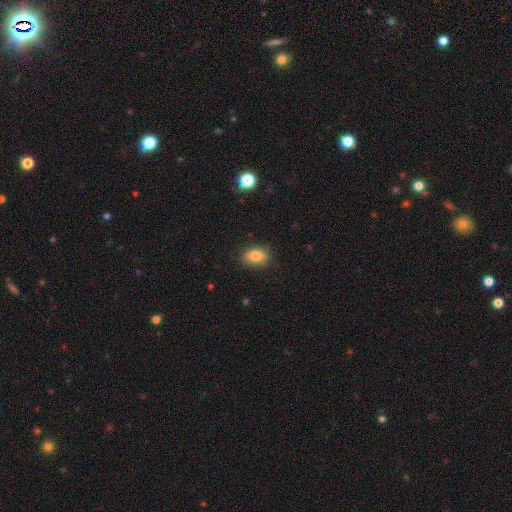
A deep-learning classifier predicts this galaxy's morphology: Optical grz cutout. It shows a smooth galaxy with no disk features (82%) that is in between round and cigar-shaped (79%). Merging: none (85%).